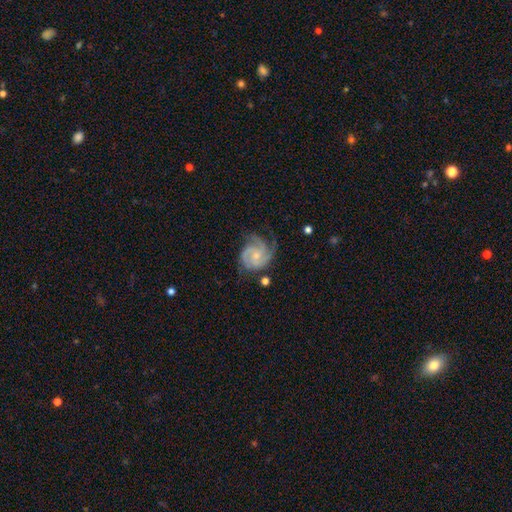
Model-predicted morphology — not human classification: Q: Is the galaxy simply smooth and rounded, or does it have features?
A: featured or disk — 89%.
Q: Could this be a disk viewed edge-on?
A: no — 98%.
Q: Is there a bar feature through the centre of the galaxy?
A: no — 67%.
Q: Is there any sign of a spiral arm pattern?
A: yes — 98%.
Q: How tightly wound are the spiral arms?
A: tight — 59%.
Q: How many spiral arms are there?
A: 3 — 54%.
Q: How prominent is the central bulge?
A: small — 63%.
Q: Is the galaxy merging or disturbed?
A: none — 64%.